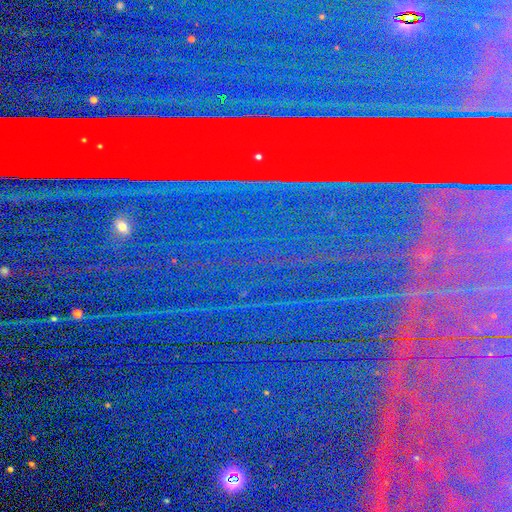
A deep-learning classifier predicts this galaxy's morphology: This is clearly a star or artifact rather than a galaxy (86%).